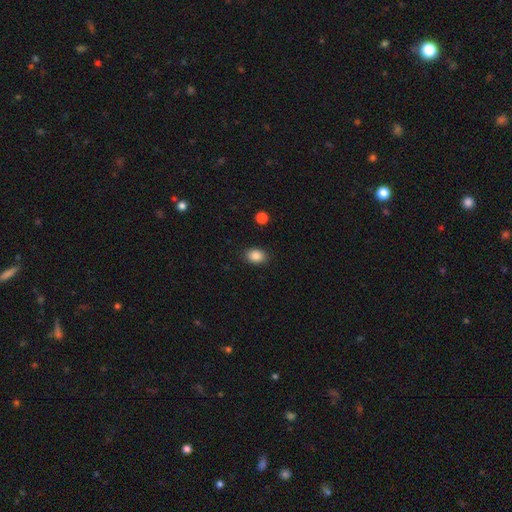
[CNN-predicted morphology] Smooth or featured? Predicted: smooth (p=0.87). How rounded? Predicted: in between (p=0.72). Merging? Predicted: none (p=0.88).